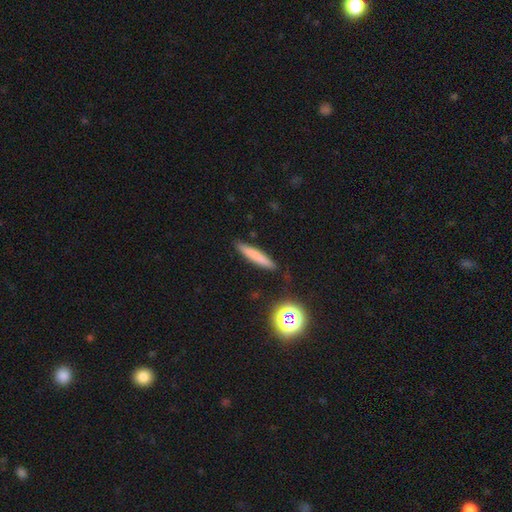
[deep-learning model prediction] Overall: smooth (72%). How rounded: cigar-shaped (91%). Merging: none (86%).